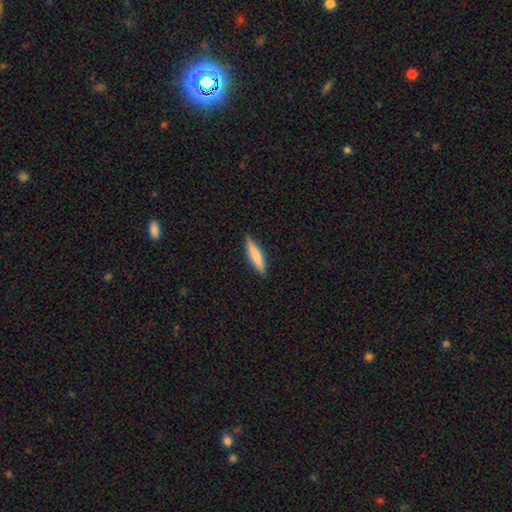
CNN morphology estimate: Overall: smooth (72%). How rounded: cigar-shaped (84%). Merging: none (88%).